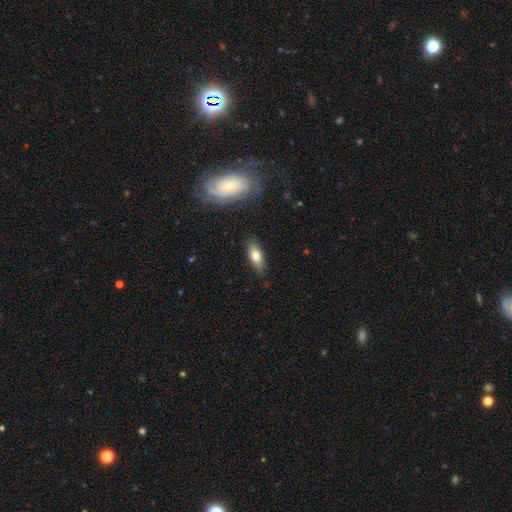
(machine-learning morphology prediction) Overall: smooth (75%). How rounded: in between (79%). Merging: none (84%).